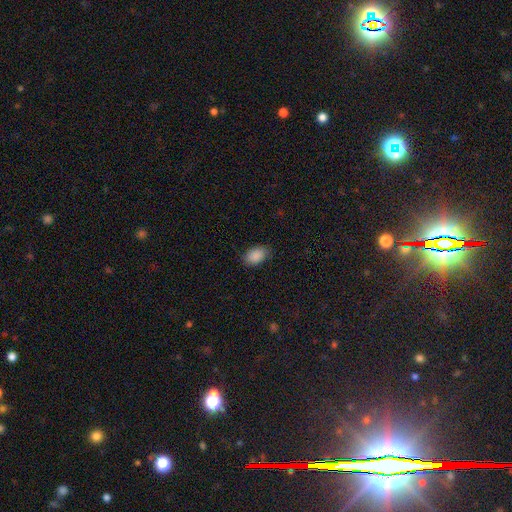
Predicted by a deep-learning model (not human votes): A smooth galaxy with no disk features (89%) that is in between round and cigar-shaped (89%). Merging: none (83%).